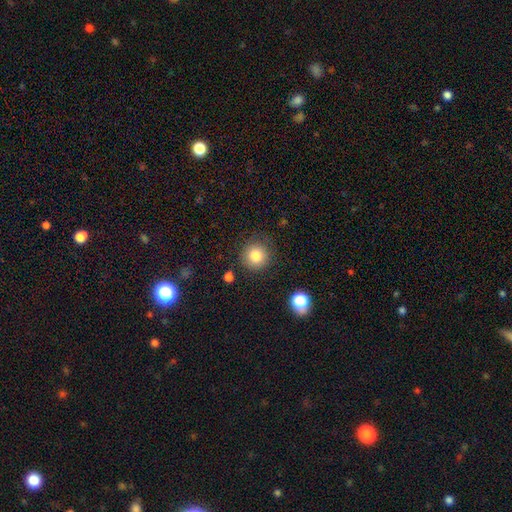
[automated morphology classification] smooth_or_featured: smooth (p=0.82) [alt: star or artifact p=0.10]
how_rounded: round (p=0.94) [alt: in between p=0.06]
merging: none (p=0.84) [alt: minor disturbance p=0.10]